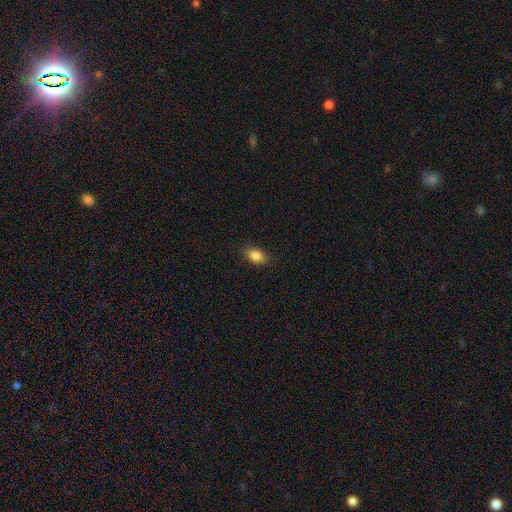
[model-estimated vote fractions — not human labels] smooth_or_featured: smooth (p=0.85) [alt: star or artifact p=0.09]
how_rounded: in between (p=0.80) [alt: round p=0.17]
merging: none (p=0.84) [alt: minor disturbance p=0.12]